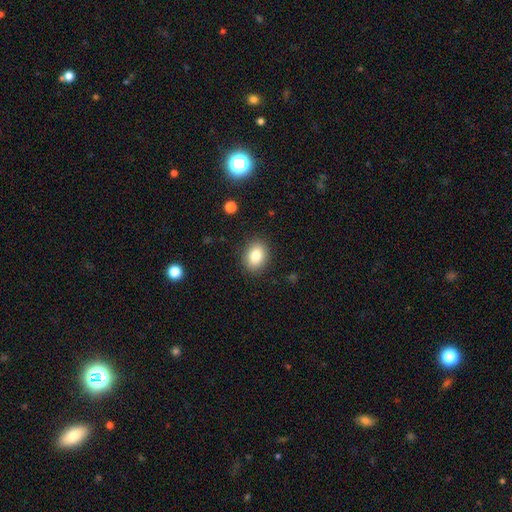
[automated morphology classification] Overall: smooth (82%). How rounded: in between (64%; round 35%). Merging: none (88%).